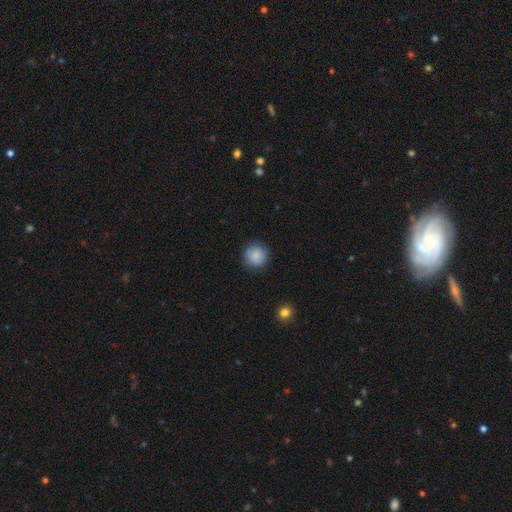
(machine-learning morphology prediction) A smooth galaxy with no disk features (87%) that is round (94%). Merging: none (88%).